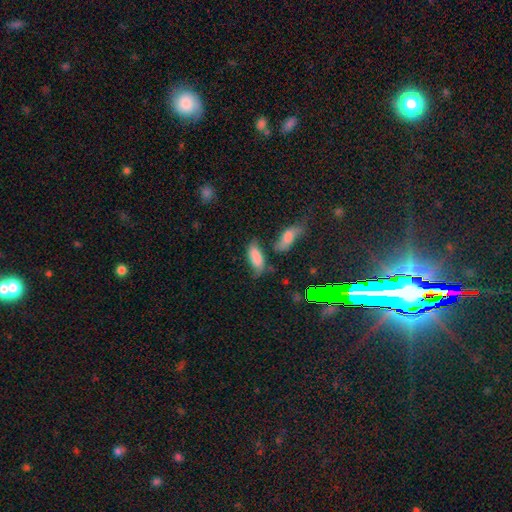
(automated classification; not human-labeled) smooth-or-featured: smooth: 80% | featured or disk: 10% | star or artifact: 10%
  how-rounded: in between: 85% | cigar-shaped: 12% | round: 3%
  merging: none: 51% | minor disturbance: 25% | merger: 14% | major disturbance: 9%